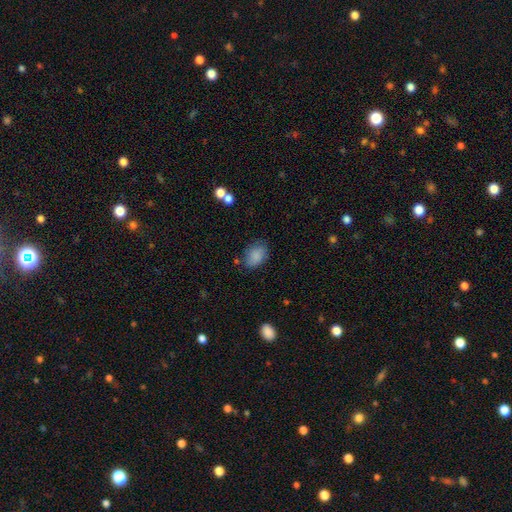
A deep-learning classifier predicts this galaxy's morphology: Q: Smooth or featured?
A: smooth (86%); runner-up: star or artifact (8%)
Q: How rounded?
A: in between (81%); runner-up: round (18%)
Q: Merging?
A: none (74%); runner-up: minor disturbance (19%)